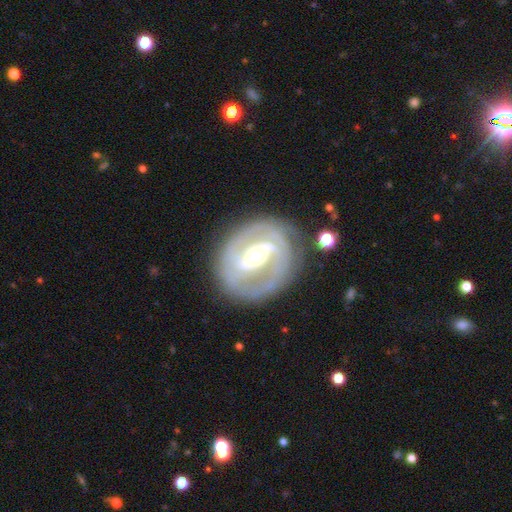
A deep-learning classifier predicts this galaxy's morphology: smooth_or_featured: featured or disk (p=0.86) [alt: smooth p=0.09]
disk_edge_on: no (p=0.96) [alt: yes p=0.04]
bar: strong (p=0.51) [alt: weak p=0.36]
has_spiral_arms: yes (p=0.90) [alt: no p=0.10]
spiral_winding: tight (p=0.54) [alt: medium p=0.35]
spiral_arm_count: 2 (p=0.68) [alt: can't tell p=0.14]
bulge_size: moderate (p=0.66) [alt: small p=0.26]
merging: none (p=0.78) [alt: minor disturbance p=0.14]